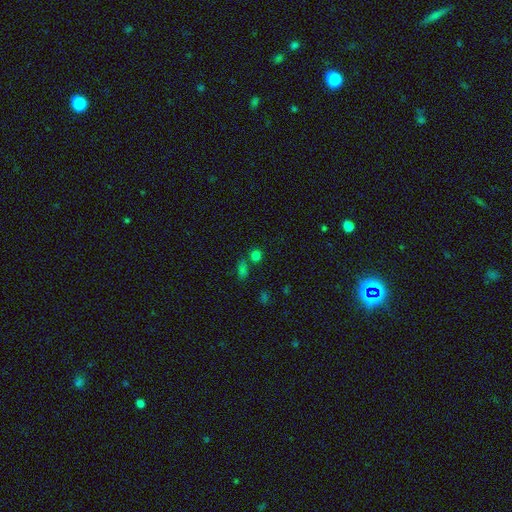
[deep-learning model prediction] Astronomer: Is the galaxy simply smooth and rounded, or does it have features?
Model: smooth — 70%.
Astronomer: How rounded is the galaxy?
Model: round — 80%.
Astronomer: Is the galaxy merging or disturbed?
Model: none — 64%.